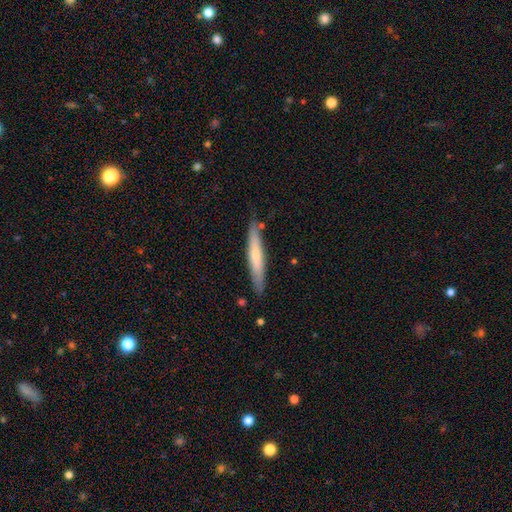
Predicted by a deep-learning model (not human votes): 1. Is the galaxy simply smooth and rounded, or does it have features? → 59% smooth, 35% featured or disk, 5% star or artifact.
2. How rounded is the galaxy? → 93% cigar-shaped, 6% in between, 1% round.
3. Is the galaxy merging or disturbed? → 85% none, 11% minor disturbance, 2% merger, 2% major disturbance.